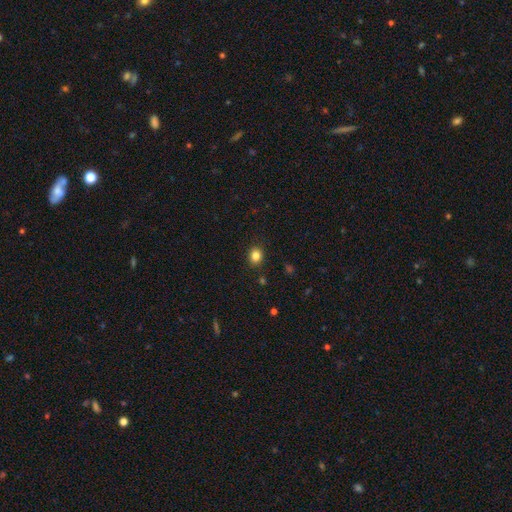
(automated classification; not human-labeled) Q: Smooth or featured?
A: smooth (83%); runner-up: star or artifact (11%)
Q: How rounded?
A: round (62%); runner-up: in between (37%)
Q: Merging?
A: none (89%); runner-up: minor disturbance (7%)